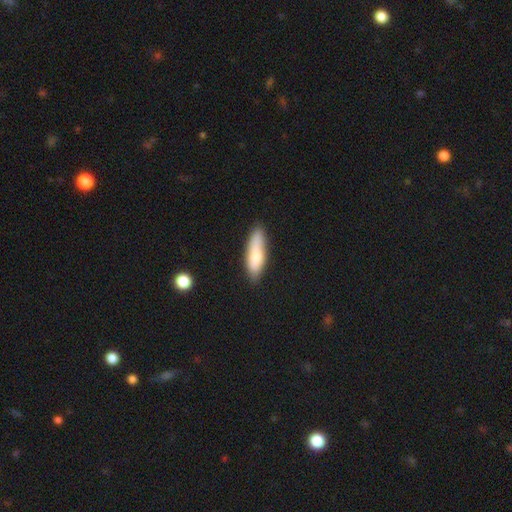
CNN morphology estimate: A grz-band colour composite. It shows a smooth galaxy with no disk features (78%) that is cigar-shaped (58%). Merging: none (76%).